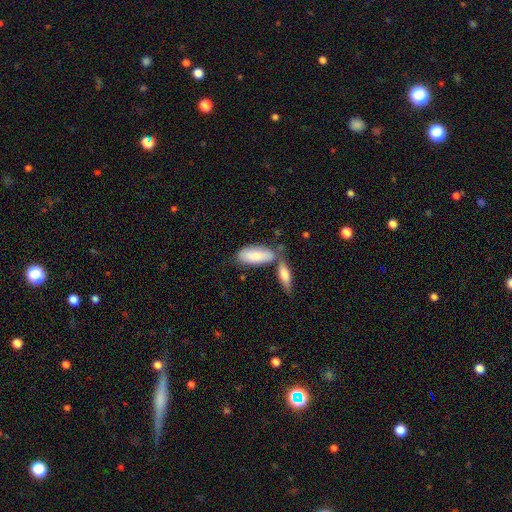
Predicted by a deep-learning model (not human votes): A smooth galaxy with no disk features (78%) that is in between round and cigar-shaped (81%).

Vote fractions:
- Smooth or featured? smooth: 78% / featured or disk: 17% / star or artifact: 5%
- How rounded? in between: 81% / cigar-shaped: 17% / round: 2%
- Merging? none: 49% / merger: 32% / minor disturbance: 15% / major disturbance: 4%